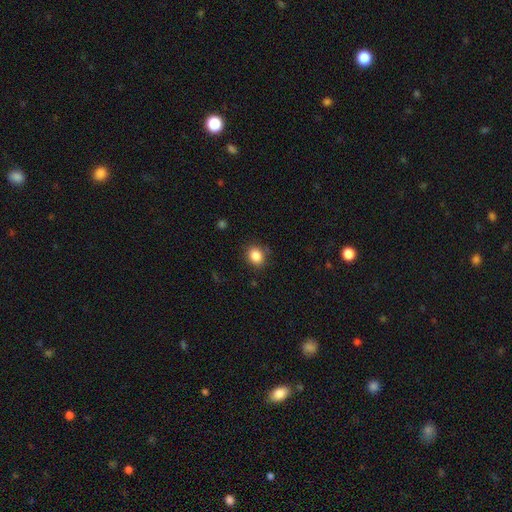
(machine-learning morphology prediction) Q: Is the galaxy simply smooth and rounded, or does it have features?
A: smooth — 86%.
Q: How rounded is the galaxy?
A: round — 63%.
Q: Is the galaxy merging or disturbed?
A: none — 84%.